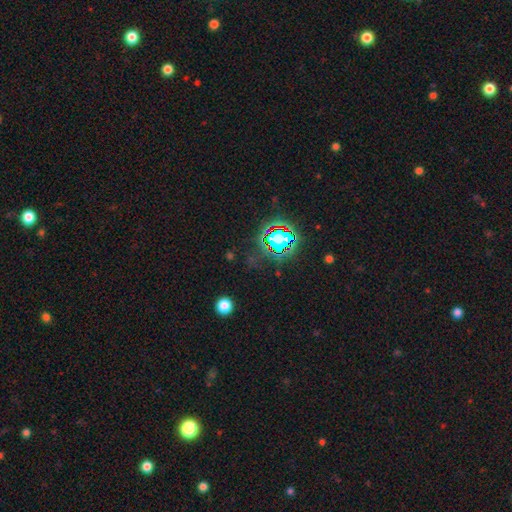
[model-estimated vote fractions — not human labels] A star or artifact, not a galaxy (78%).